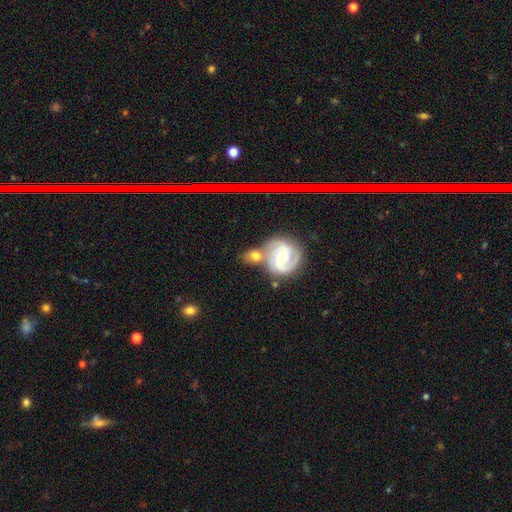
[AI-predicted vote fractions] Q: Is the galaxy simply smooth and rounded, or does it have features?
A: featured or disk — 61%.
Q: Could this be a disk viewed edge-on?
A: no — 96%.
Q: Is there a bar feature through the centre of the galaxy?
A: weak — 44%.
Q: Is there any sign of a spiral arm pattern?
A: yes — 92%.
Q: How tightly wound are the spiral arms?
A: medium — 46%.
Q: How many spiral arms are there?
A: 2 — 78%.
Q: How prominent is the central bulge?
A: moderate — 57%.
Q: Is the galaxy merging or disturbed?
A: none — 51%.